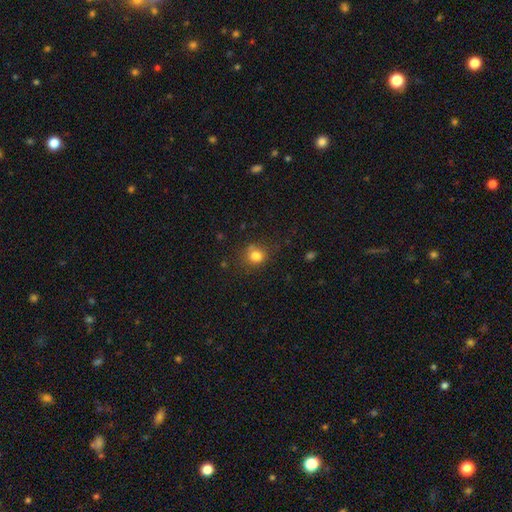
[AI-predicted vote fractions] Smooth or featured? smooth (81%)
How rounded? round (75%)
Merging? none (70%)